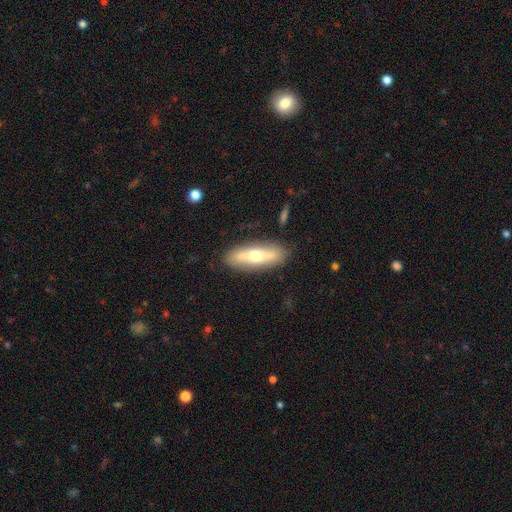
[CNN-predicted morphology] smooth-or-featured: smooth: 51% | featured or disk: 44% | star or artifact: 6%
  how-rounded: in between: 51% | cigar-shaped: 47% | round: 3%
  merging: none: 85% | minor disturbance: 11% | major disturbance: 3% | merger: 2%